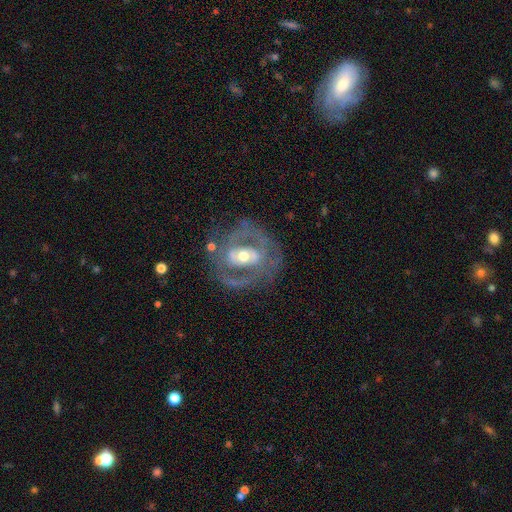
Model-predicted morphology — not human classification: Smooth or featured: featured or disk — 80% (smooth — 14%)
Edge-on disk: no — 96% (yes — 4%)
Bar: no — 43% (weak — 32%)
Spiral arms: yes — 63% (no — 37%)
Bulge size: moderate — 66% (small — 24%)
Merging: none — 68% (minor disturbance — 16%)